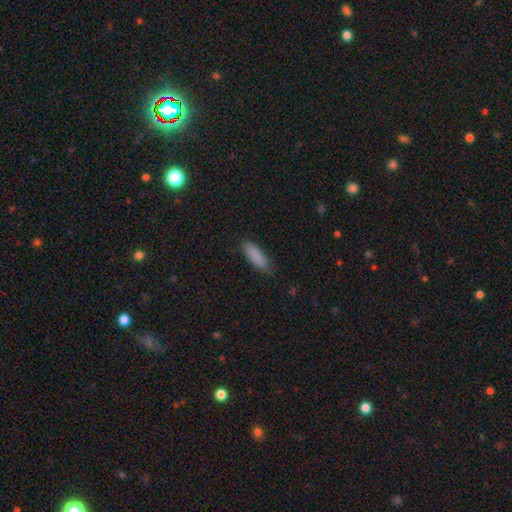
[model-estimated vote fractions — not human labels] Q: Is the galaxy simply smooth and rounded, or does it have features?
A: smooth — 88%.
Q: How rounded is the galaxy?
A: in between — 58%.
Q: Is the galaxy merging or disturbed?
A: none — 80%.